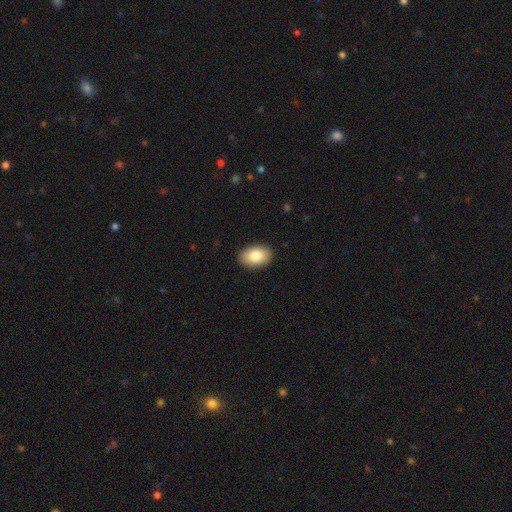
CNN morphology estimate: This is clearly a smooth galaxy (83%). How rounded: clearly in between (89%). Merging: clearly none (90%).